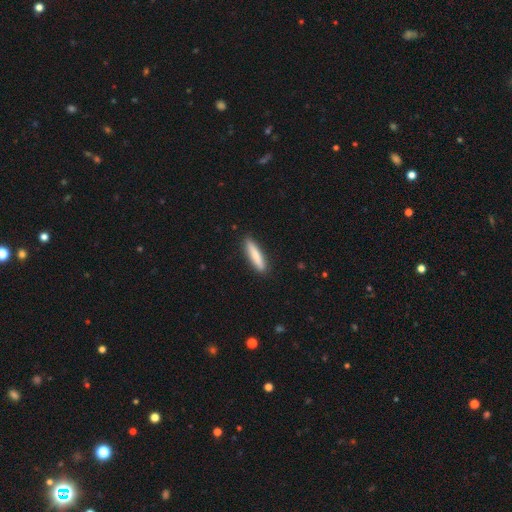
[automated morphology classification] Smooth or featured? Predicted: smooth (p=0.79). How rounded? Predicted: cigar-shaped (p=0.83). Merging? Predicted: none (p=0.90).